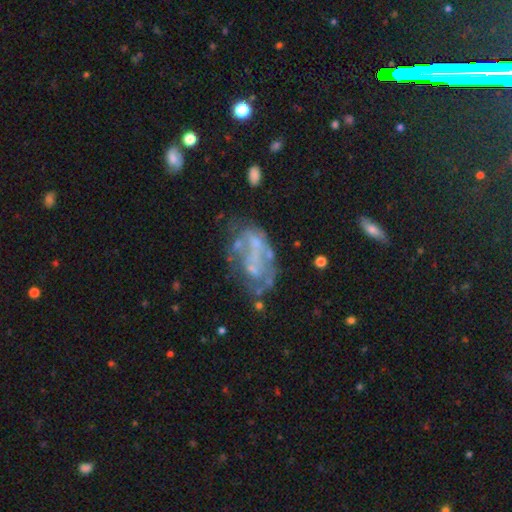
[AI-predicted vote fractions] The model was most divided on "merging": none: 40%, major disturbance: 25%, minor disturbance: 21%, merger: 13%. More confident: edge-on disk — no (96%); bar — no (81%); spiral arms — no (77%); smooth or featured — featured or disk (67%); bulge size — none (62%).